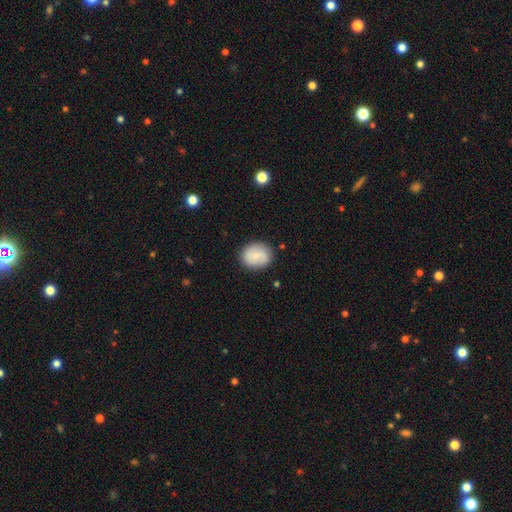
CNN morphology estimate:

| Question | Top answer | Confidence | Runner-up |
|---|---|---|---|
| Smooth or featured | smooth | 63% | featured or disk (30%) |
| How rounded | round | 63% | in between (36%) |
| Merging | none | 82% | minor disturbance (13%) |